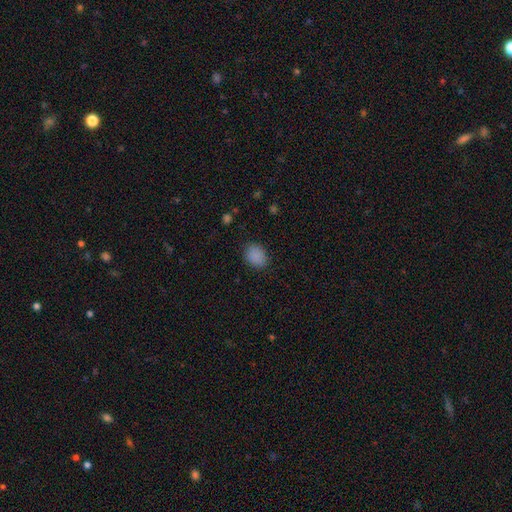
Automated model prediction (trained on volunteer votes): smooth 86%, star or artifact 10%, featured or disk 4%. Down the decision tree: how rounded — in between (54%); merging — none (83%).